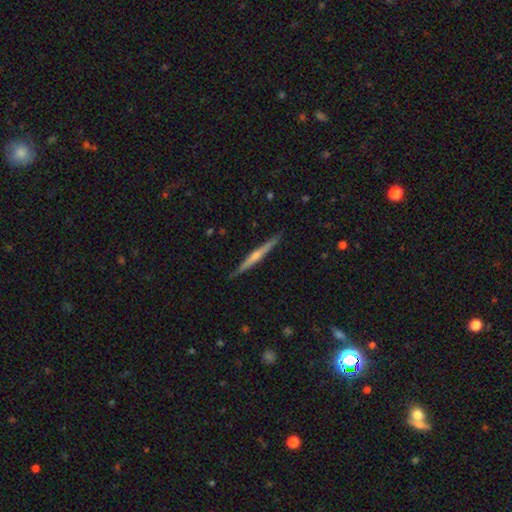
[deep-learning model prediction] smooth-or-featured: featured or disk: 69% | smooth: 25% | star or artifact: 6%
  disk-edge-on: yes: 98% | no: 2%
    edge-on-bulge: rounded: 69% | none: 25% | boxy: 7%
  merging: none: 90% | minor disturbance: 8% | major disturbance: 1% | merger: 1%